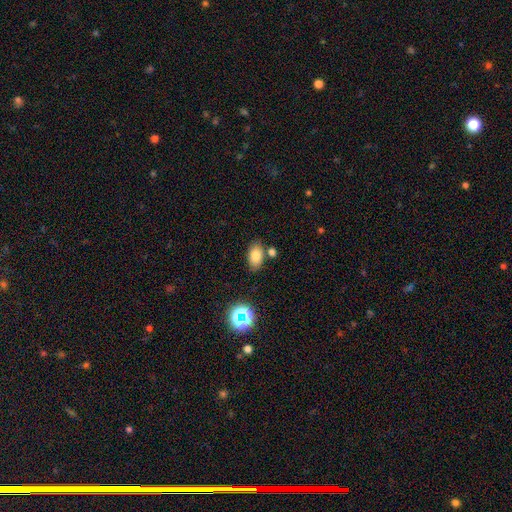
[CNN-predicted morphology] Q: Smooth or featured?
A: smooth (79%); runner-up: star or artifact (11%)
Q: How rounded?
A: in between (89%); runner-up: round (9%)
Q: Merging?
A: none (75%); runner-up: minor disturbance (13%)